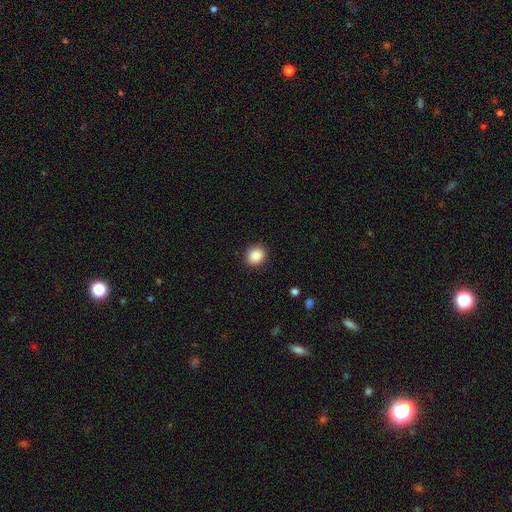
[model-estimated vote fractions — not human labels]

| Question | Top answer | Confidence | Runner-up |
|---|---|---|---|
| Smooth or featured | smooth | 88% | star or artifact (9%) |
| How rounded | round | 77% | in between (22%) |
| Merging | none | 91% | minor disturbance (6%) |